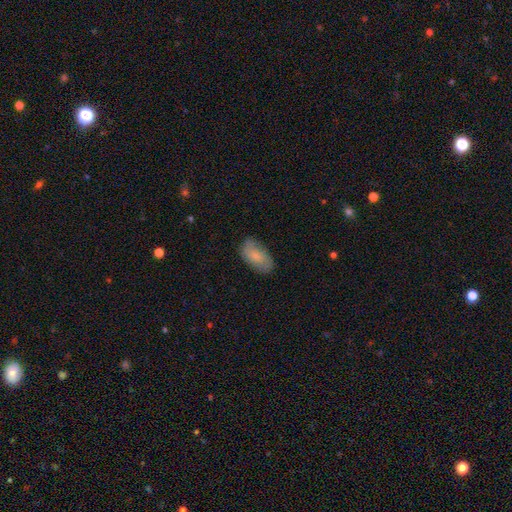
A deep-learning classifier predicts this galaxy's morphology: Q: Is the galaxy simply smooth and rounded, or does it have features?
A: smooth — 74%.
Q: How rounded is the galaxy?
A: in between — 94%.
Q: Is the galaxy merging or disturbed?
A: none — 80%.